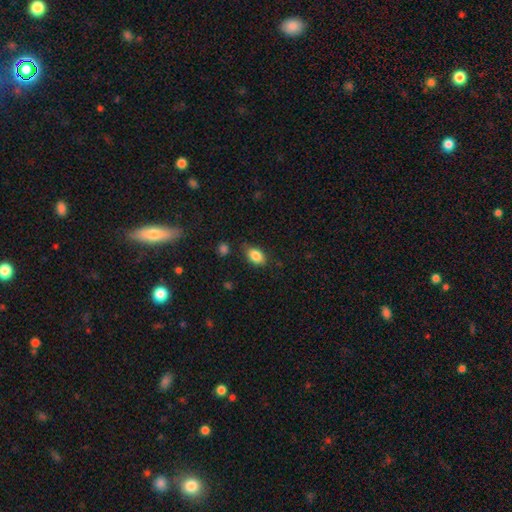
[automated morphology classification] smooth_or_featured: smooth (p=0.86) [alt: star or artifact p=0.08]
how_rounded: in between (p=0.86) [alt: round p=0.12]
merging: none (p=0.78) [alt: minor disturbance p=0.16]